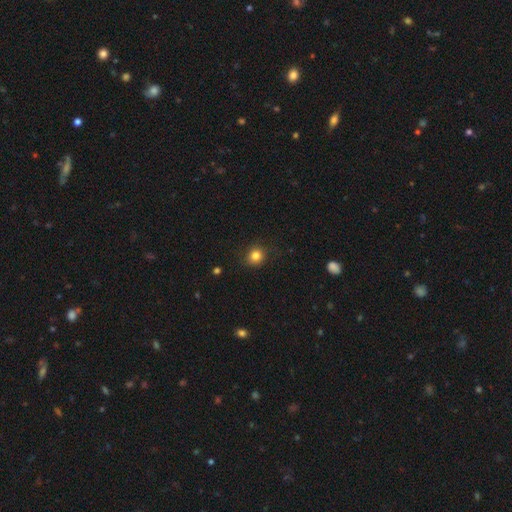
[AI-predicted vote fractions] Q: Smooth or featured?
A: smooth (83%); runner-up: star or artifact (12%)
Q: How rounded?
A: round (85%); runner-up: in between (14%)
Q: Merging?
A: none (86%); runner-up: minor disturbance (10%)